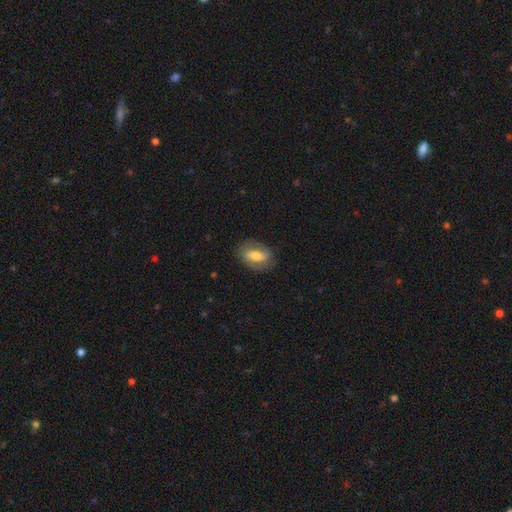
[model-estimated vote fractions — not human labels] This appears to be a featured or disk galaxy (64%) with a strong bar (39%), spiral arms (81%) and a moderate central bulge (56%). Merging: none (79%).